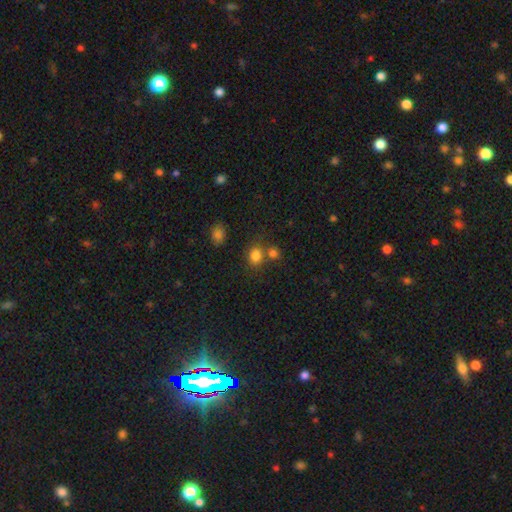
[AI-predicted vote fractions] smooth_or_featured: smooth (p=0.81) [alt: star or artifact p=0.13]
how_rounded: round (p=0.69) [alt: in between p=0.30]
merging: none (p=0.60) [alt: merger p=0.26]